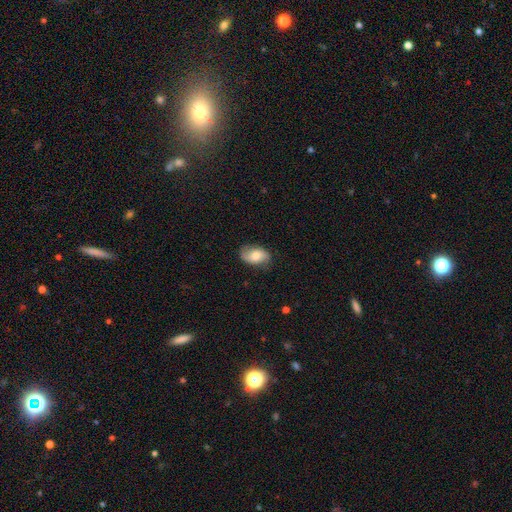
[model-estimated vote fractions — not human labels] The model was most divided on "smooth or featured": smooth: 53%, featured or disk: 39%, star or artifact: 8%. More confident: how rounded — in between (87%); merging — none (77%).